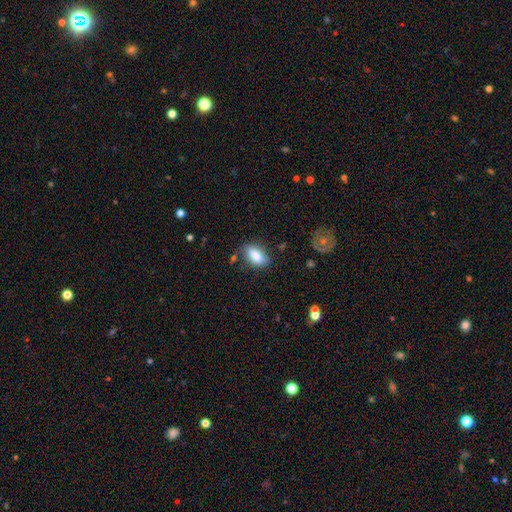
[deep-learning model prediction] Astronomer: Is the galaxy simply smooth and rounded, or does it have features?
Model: smooth — 79%.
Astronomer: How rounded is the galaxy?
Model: in between — 86%.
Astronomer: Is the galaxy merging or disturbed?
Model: none — 71%.